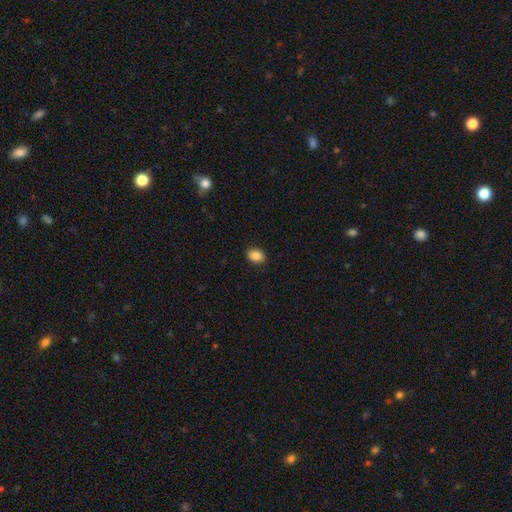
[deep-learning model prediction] A smooth galaxy with no disk features (88%) that is in between round and cigar-shaped (67%).

Vote fractions:
- Smooth or featured? smooth: 88% / star or artifact: 9% / featured or disk: 4%
- How rounded? in between: 67% / round: 32% / cigar-shaped: 1%
- Merging? none: 89% / minor disturbance: 8% / major disturbance: 2% / merger: 1%